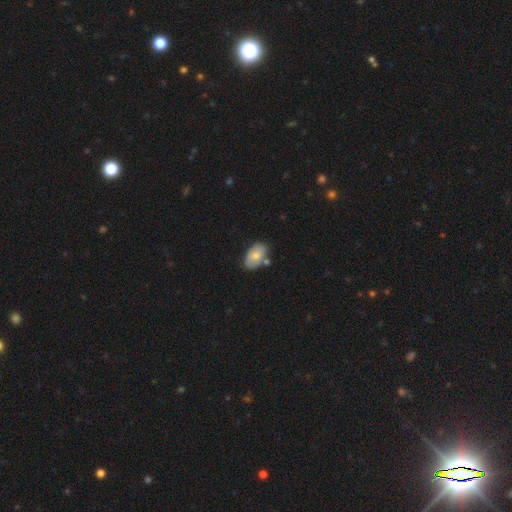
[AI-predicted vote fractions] Overall: smooth (72%). How rounded: in between (93%). Merging: none (70%).